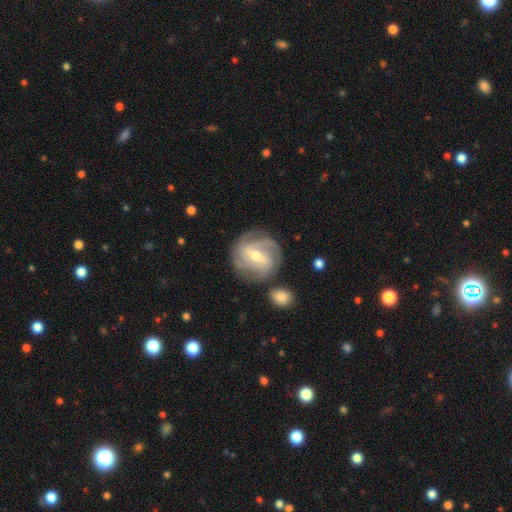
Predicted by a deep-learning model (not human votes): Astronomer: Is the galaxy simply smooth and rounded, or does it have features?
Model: featured or disk — 84%.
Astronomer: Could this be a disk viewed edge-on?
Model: no — 97%.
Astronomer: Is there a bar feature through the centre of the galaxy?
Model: weak — 51% (runner-up: strong, 27%).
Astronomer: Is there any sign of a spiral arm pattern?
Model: yes — 95%.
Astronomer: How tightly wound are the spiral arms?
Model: tight — 52% (runner-up: medium, 37%).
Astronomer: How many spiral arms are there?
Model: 3 — 35% (runner-up: can't tell, 20%).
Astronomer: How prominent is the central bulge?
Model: moderate — 57% (runner-up: small, 39%).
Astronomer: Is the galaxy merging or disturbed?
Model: none — 77%.